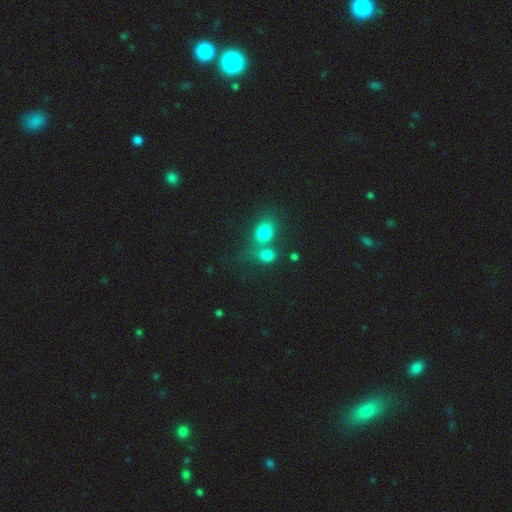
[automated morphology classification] This appears to be a smooth galaxy with no disk features (58%) that is round (69%). Merging: none (49%).